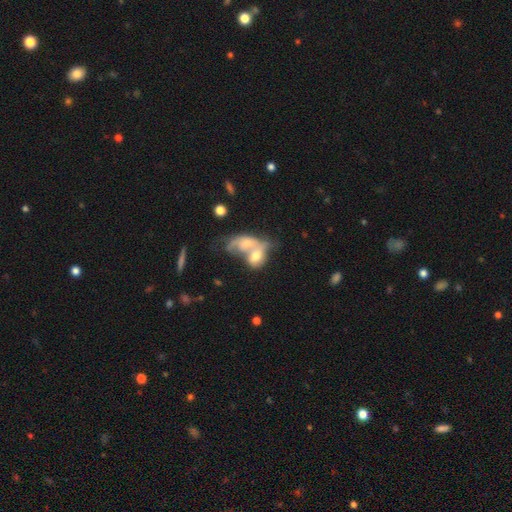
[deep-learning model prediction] Morphology: type=smooth (57%); roundness=in between (71%); merging=merger (76%).